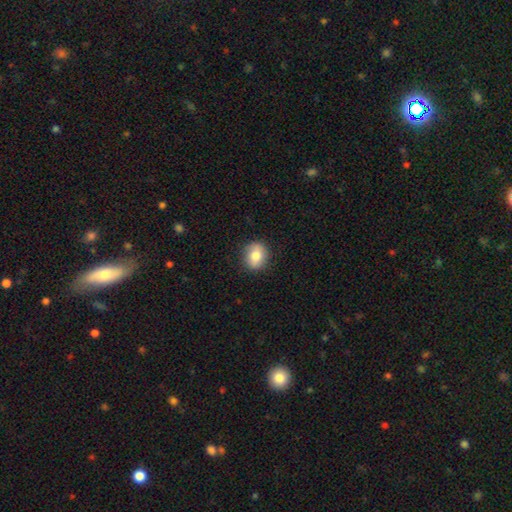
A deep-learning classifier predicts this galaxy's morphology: Smooth or featured? Predicted: smooth (p=0.79). How rounded? Predicted: round (p=0.61). Merging? Predicted: none (p=0.86).